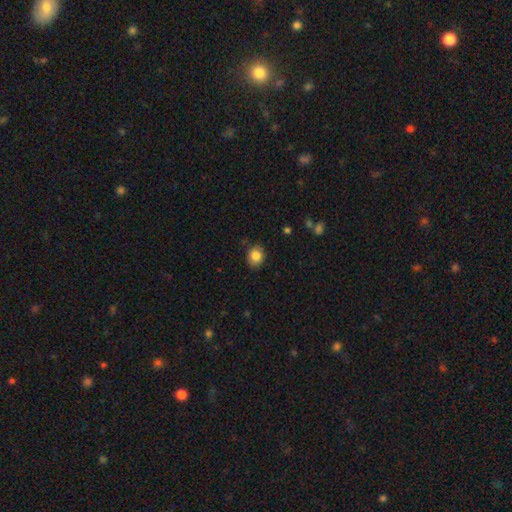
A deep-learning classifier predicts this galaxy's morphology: Smooth or featured? Predicted: smooth (p=0.84). How rounded? Predicted: round (p=0.63). Merging? Predicted: none (p=0.85).